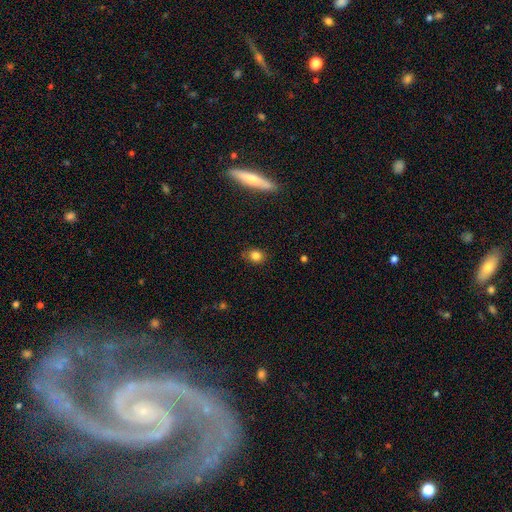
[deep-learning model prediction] Q: Smooth or featured?
A: smooth (82%); runner-up: star or artifact (12%)
Q: How rounded?
A: round (59%); runner-up: in between (40%)
Q: Merging?
A: none (81%); runner-up: minor disturbance (15%)